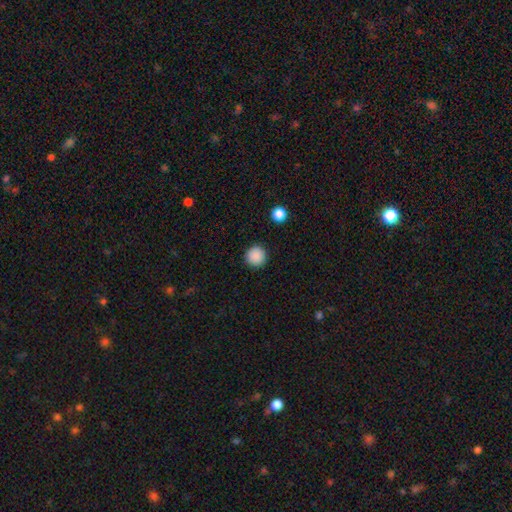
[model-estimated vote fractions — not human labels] A smooth galaxy with no disk features (88%) that is round (96%).

Vote fractions:
- Smooth or featured? smooth: 88% / star or artifact: 9% / featured or disk: 2%
- How rounded? round: 96% / in between: 3% / cigar-shaped: 1%
- Merging? none: 93% / minor disturbance: 5% / major disturbance: 2% / merger: 1%